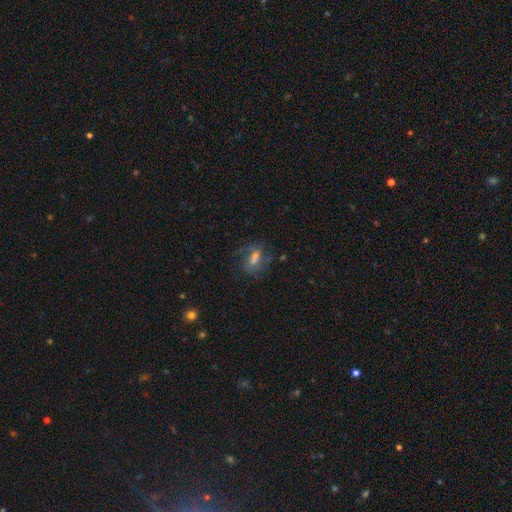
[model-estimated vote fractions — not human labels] smooth_or_featured: featured or disk (p=0.51) [alt: smooth p=0.30]
disk_edge_on: no (p=0.90) [alt: yes p=0.10]
merging: none (p=0.67) [alt: minor disturbance p=0.18]